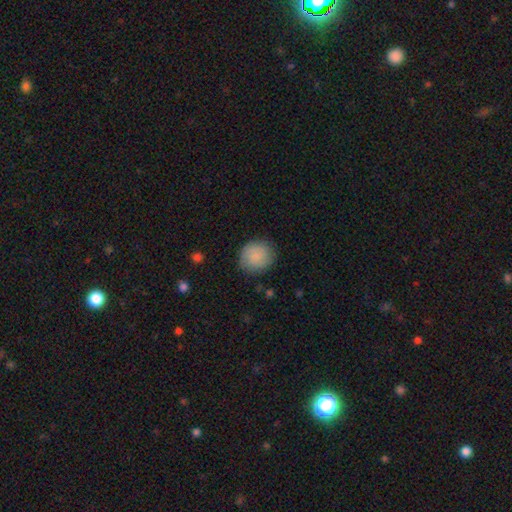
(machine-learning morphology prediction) Smooth or featured?
  - smooth: 83% *
  - featured or disk: 10%
  - star or artifact: 7%
How rounded?
  - round: 83% *
  - in between: 16%
  - cigar-shaped: 1%
Merging?
  - none: 82% *
  - minor disturbance: 13%
  - major disturbance: 4%
  - merger: 1%